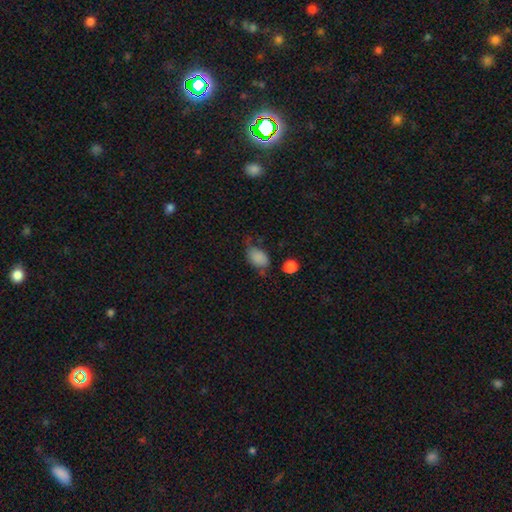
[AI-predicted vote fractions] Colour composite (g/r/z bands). It shows a smooth galaxy with no disk features (82%) that is in between round and cigar-shaped (81%). Merging: none (50%).